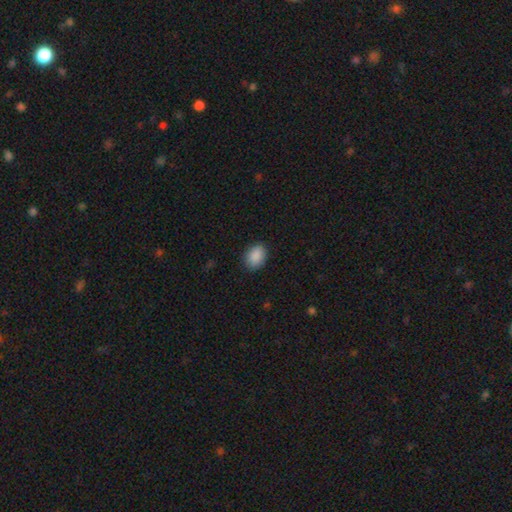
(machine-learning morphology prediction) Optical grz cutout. It shows a smooth galaxy with no disk features (90%) that is in between round and cigar-shaped (76%). Merging: none (87%).